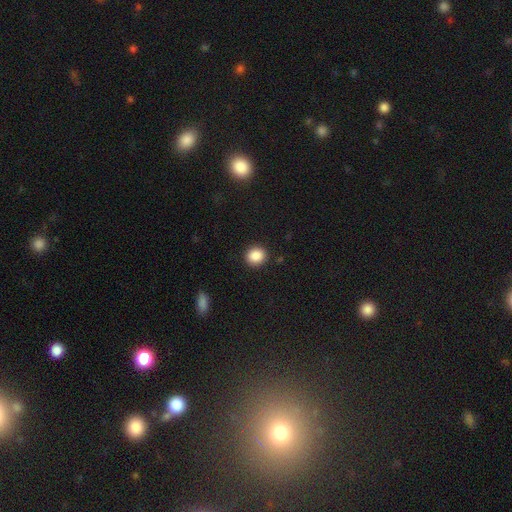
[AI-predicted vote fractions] The model was most divided on "how rounded": round: 82%, in between: 17%, cigar-shaped: 1%. More confident: merging — none (91%); smooth or featured — smooth (87%).